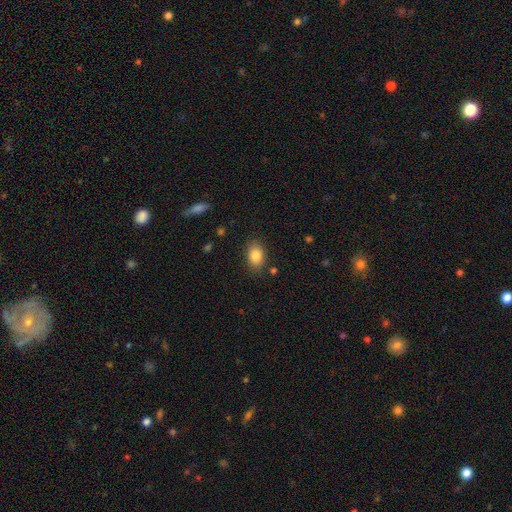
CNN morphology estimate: smooth 84%, star or artifact 8%, featured or disk 7%. Down the decision tree: how rounded — in between (84%); merging — none (84%).